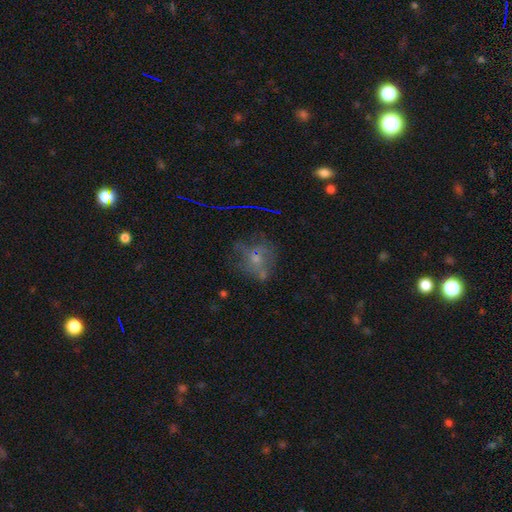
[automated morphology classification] Smooth or featured? featured or disk (38%)
Merging? none (51%)